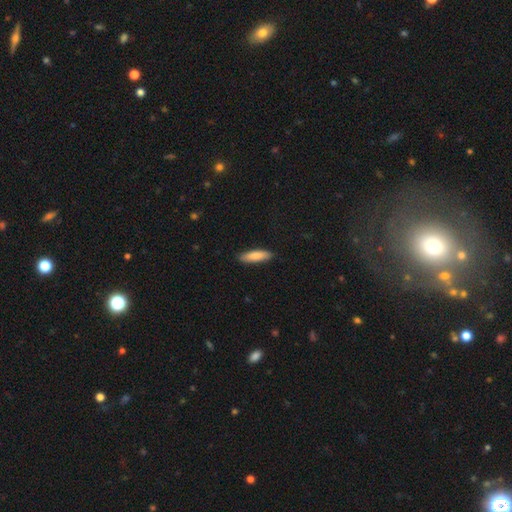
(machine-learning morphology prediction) Smooth or featured: smooth — 84% (featured or disk — 11%)
How rounded: cigar-shaped — 64% (in between — 34%)
Merging: none — 89% (minor disturbance — 8%)